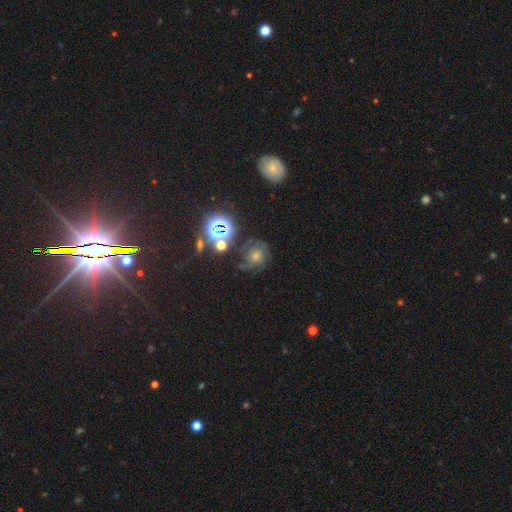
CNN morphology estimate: This appears to be a featured or disk galaxy (47%). Merging: none (57%).